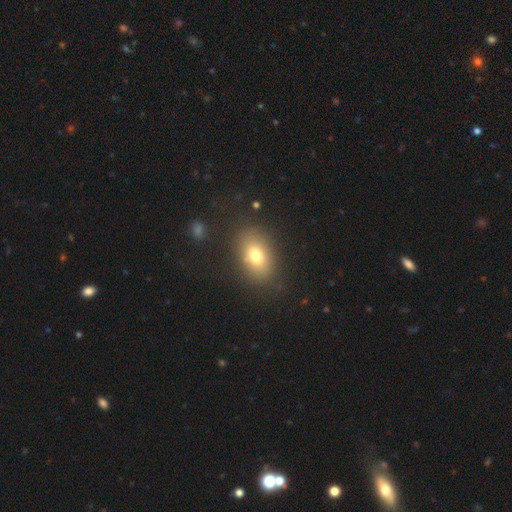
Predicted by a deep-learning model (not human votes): smooth-or-featured: smooth: 75% | featured or disk: 15% | star or artifact: 10%
  how-rounded: in between: 86% | round: 12% | cigar-shaped: 2%
  merging: none: 83% | minor disturbance: 11% | major disturbance: 4% | merger: 2%